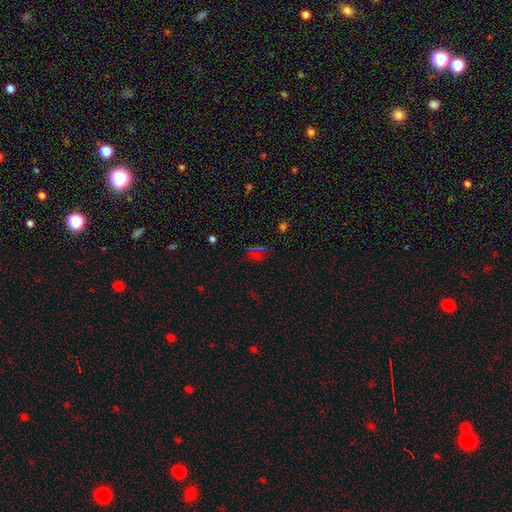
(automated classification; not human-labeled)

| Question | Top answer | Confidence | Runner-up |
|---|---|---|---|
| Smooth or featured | star or artifact | 51% | smooth (39%) |